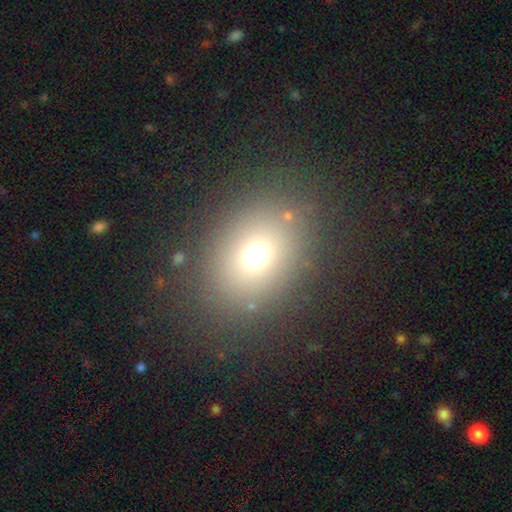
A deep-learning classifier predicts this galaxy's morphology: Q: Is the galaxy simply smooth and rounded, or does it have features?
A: smooth — 71%.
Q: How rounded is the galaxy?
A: in between — 52%.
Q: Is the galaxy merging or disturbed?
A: none — 84%.